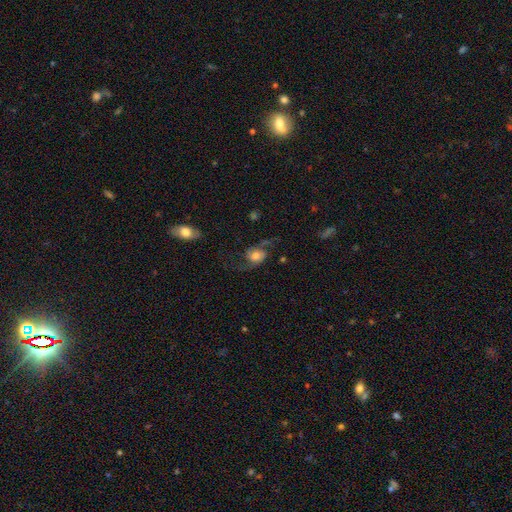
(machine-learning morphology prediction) Smooth or featured?
  - featured or disk: 62% *
  - smooth: 29%
  - star or artifact: 9%
Edge-on disk?
  - no: 96% *
  - yes: 4%
Bar?
  - no: 67% *
  - weak: 27%
  - strong: 7%
Spiral arms?
  - yes: 90% *
  - no: 10%
Spiral winding?
  - loose: 72% *
  - medium: 23%
  - tight: 5%
Spiral arm count?
  - 2: 89% *
  - 1: 5%
  - can't tell: 3%
  - 3: 1%
  - 4: 1%
  - more than 4: 1%
Bulge size?
  - moderate: 49% *
  - large: 29%
  - small: 13%
  - dominant: 6%
  - none: 3%
Merging?
  - none: 54% *
  - major disturbance: 24%
  - minor disturbance: 18%
  - merger: 4%